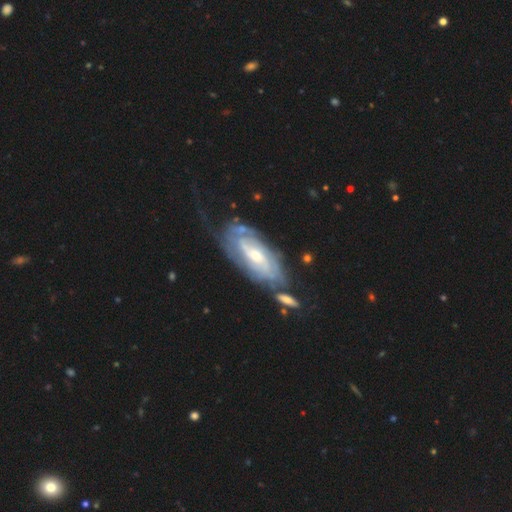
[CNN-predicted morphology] Smooth or featured? Predicted: featured or disk (p=0.81). Edge-on disk? Predicted: no (p=0.91). Bar? Predicted: no (p=0.53). Spiral arms? Predicted: yes (p=0.89). Spiral winding? Predicted: tight (p=0.69). Spiral arm count? Predicted: can't tell (p=0.55). Bulge size? Predicted: small (p=0.57). Merging? Predicted: none (p=0.53).